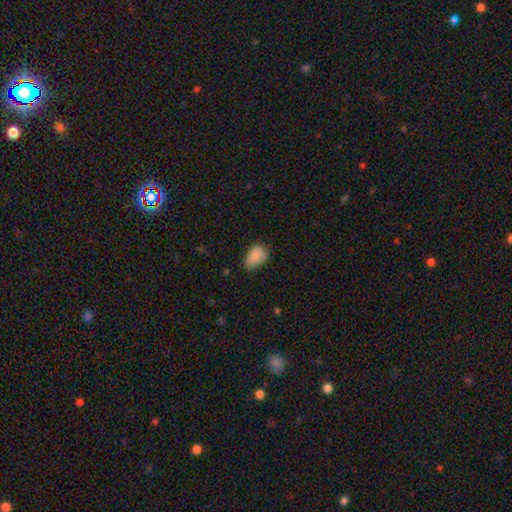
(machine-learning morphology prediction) Q: Smooth or featured?
A: smooth (84%); runner-up: star or artifact (9%)
Q: How rounded?
A: in between (86%); runner-up: round (13%)
Q: Merging?
A: none (49%); runner-up: minor disturbance (40%)